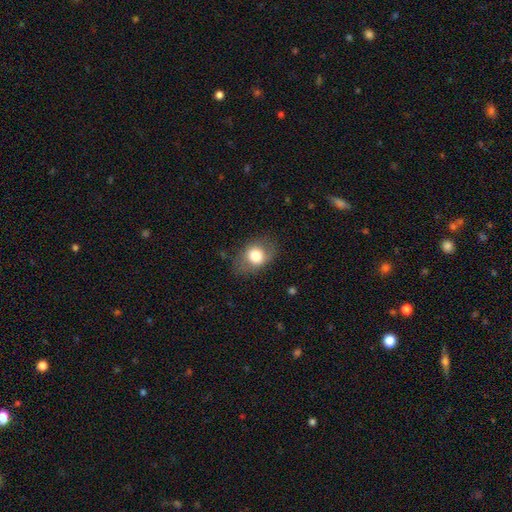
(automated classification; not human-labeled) Q: Smooth or featured?
A: smooth (74%); runner-up: featured or disk (18%)
Q: How rounded?
A: in between (63%); runner-up: round (36%)
Q: Merging?
A: none (72%); runner-up: minor disturbance (19%)